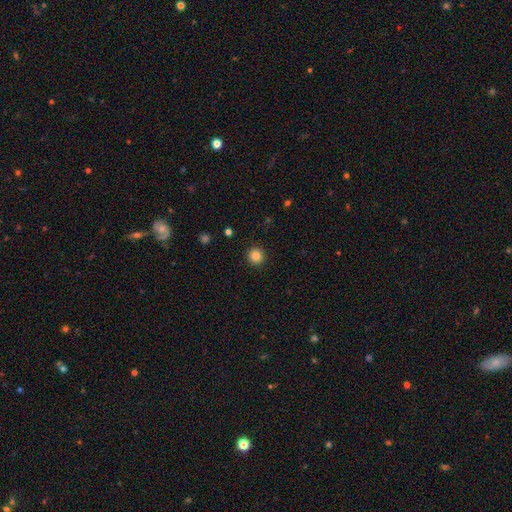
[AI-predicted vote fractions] This is clearly a smooth galaxy (85%). How rounded: clearly round (95%). Merging: clearly none (93%).